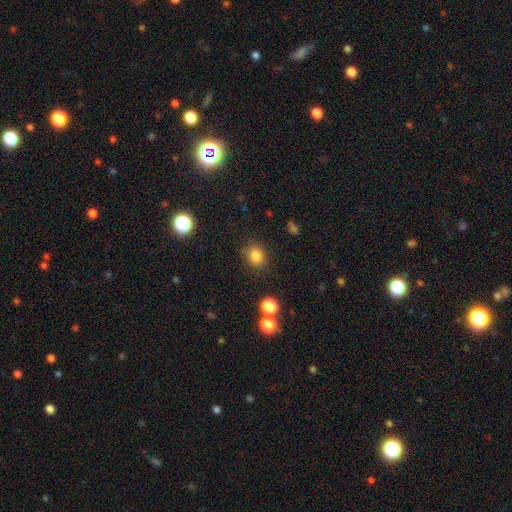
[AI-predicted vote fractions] A smooth galaxy with no disk features (83%) that is round (72%).

Vote fractions:
- Smooth or featured? smooth: 83% / star or artifact: 12% / featured or disk: 5%
- How rounded? round: 72% / in between: 27% / cigar-shaped: 1%
- Merging? none: 85% / minor disturbance: 9% / major disturbance: 3% / merger: 3%